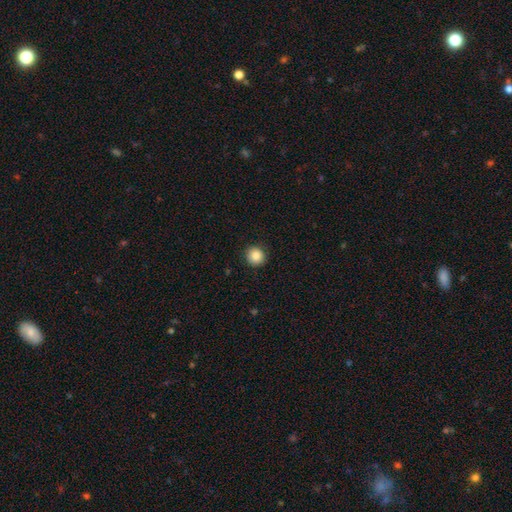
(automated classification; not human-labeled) Overall: smooth (87%). How rounded: round (92%). Merging: none (91%).